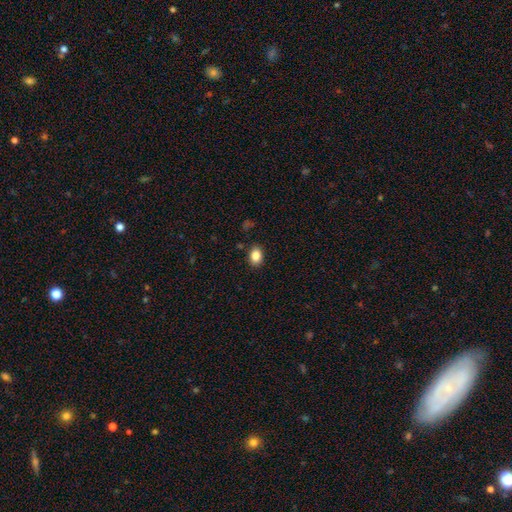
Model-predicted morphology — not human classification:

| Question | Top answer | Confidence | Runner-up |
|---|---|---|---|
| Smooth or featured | smooth | 86% | star or artifact (9%) |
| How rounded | in between | 70% | round (29%) |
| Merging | none | 88% | minor disturbance (9%) |